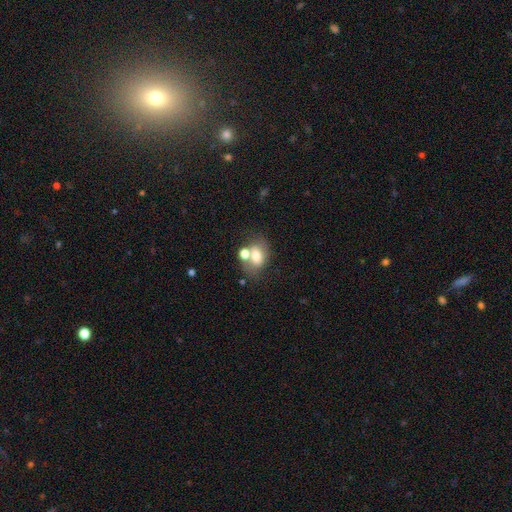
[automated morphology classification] smooth-or-featured: smooth: 67% | featured or disk: 22% | star or artifact: 11%
  how-rounded: in between: 64% | round: 35% | cigar-shaped: 1%
  merging: none: 45% | merger: 34% | minor disturbance: 14% | major disturbance: 7%